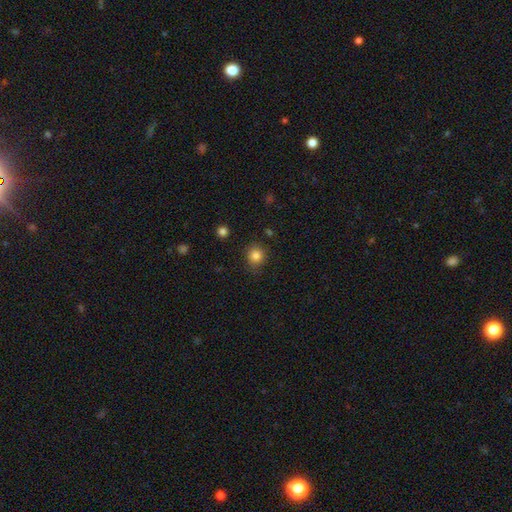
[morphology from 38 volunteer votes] Q: Smooth or featured?
A: smooth (92%); runner-up: featured or disk (8%)
Q: How rounded?
A: round (91%); runner-up: in between (9%)
Q: Merging?
A: none (92%); runner-up: minor disturbance (8%)